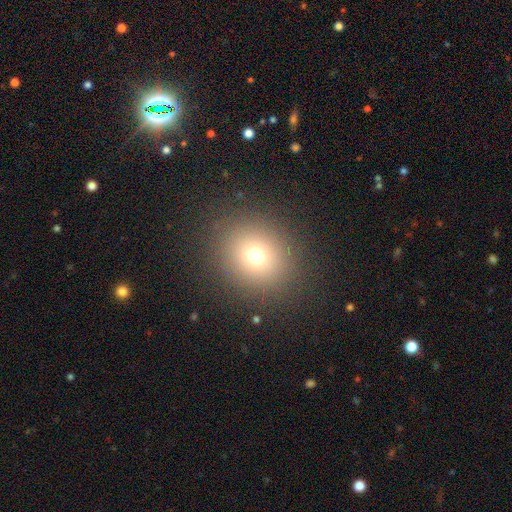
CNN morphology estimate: Smooth or featured?
  - smooth: 73% *
  - star or artifact: 17%
  - featured or disk: 10%
How rounded?
  - round: 80% *
  - in between: 20%
  - cigar-shaped: 1%
Merging?
  - none: 89% *
  - minor disturbance: 7%
  - major disturbance: 4%
  - merger: 1%